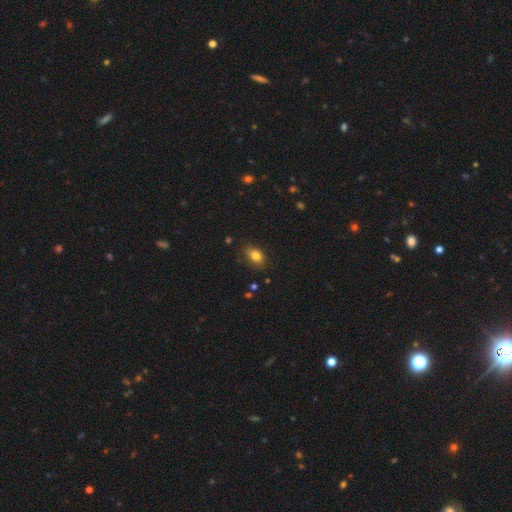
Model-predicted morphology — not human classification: smooth-or-featured: smooth: 82% | star or artifact: 10% | featured or disk: 8%
  how-rounded: in between: 81% | round: 17% | cigar-shaped: 2%
  merging: none: 80% | minor disturbance: 15% | major disturbance: 3% | merger: 2%